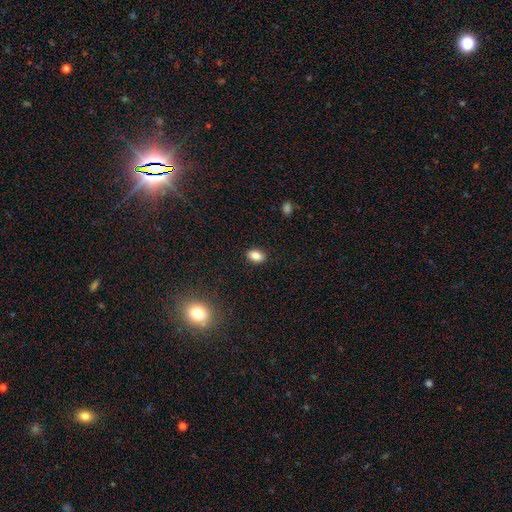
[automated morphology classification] This is clearly a smooth galaxy (85%). How rounded: clearly in between (84%). Merging: clearly none (88%).